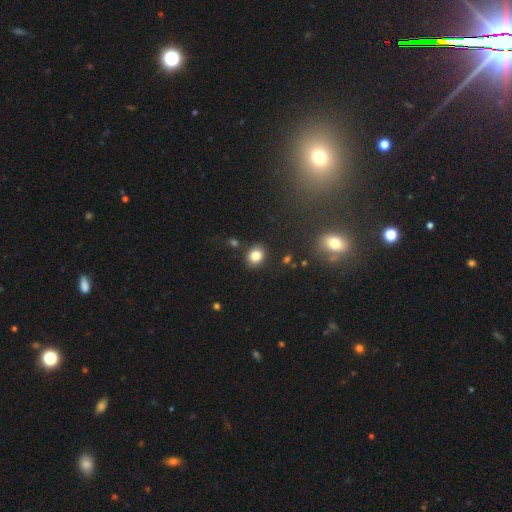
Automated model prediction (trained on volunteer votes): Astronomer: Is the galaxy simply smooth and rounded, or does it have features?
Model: smooth — 81%.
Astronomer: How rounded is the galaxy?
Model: round — 67%.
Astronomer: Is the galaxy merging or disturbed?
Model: none — 85%.